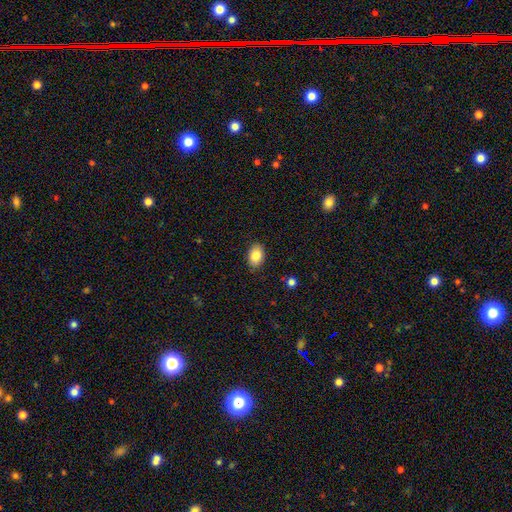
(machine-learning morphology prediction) The model was most divided on "how rounded": in between: 85%, round: 14%, cigar-shaped: 1%. More confident: merging — none (87%); smooth or featured — smooth (85%).